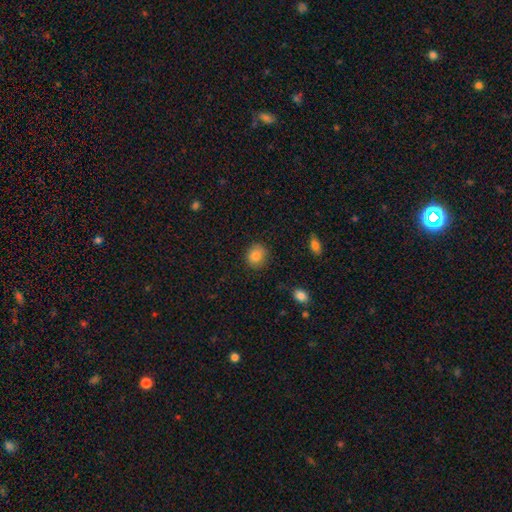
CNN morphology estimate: type=smooth (84%); roundness=round (74%); merging=none (85%).